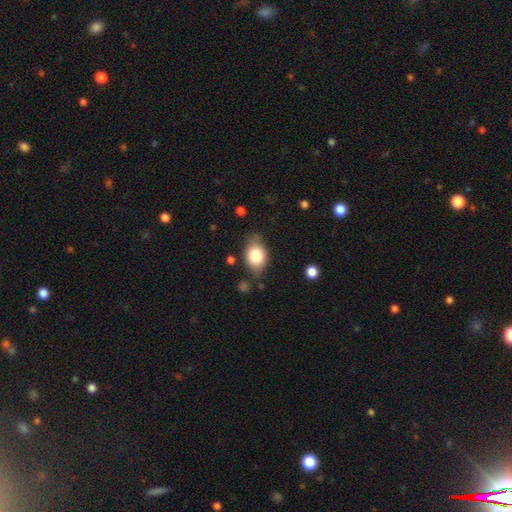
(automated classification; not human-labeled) Overall: smooth (82%). How rounded: in between (78%). Merging: none (72%).